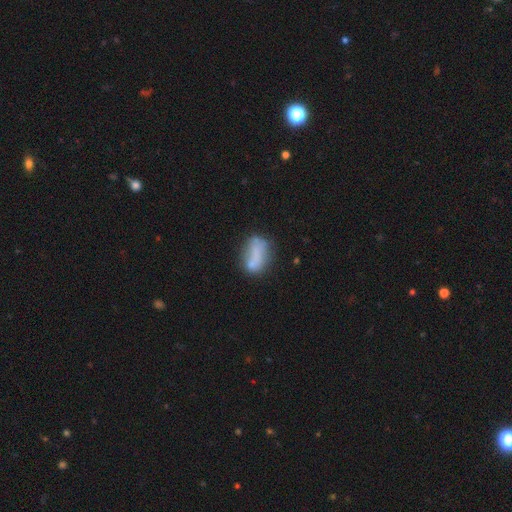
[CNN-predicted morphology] Q: Smooth or featured?
A: smooth (61%); runner-up: featured or disk (29%)
Q: How rounded?
A: in between (80%); runner-up: round (11%)
Q: Merging?
A: none (42%); runner-up: minor disturbance (24%)